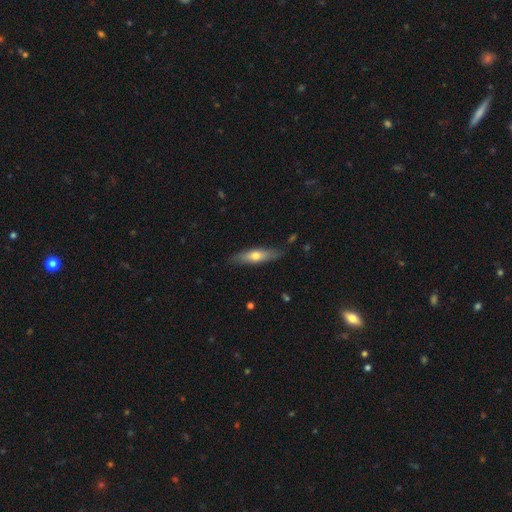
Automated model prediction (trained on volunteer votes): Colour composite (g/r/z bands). It shows a smooth galaxy with no disk features (55%) that is cigar-shaped (71%). Merging: none (84%).